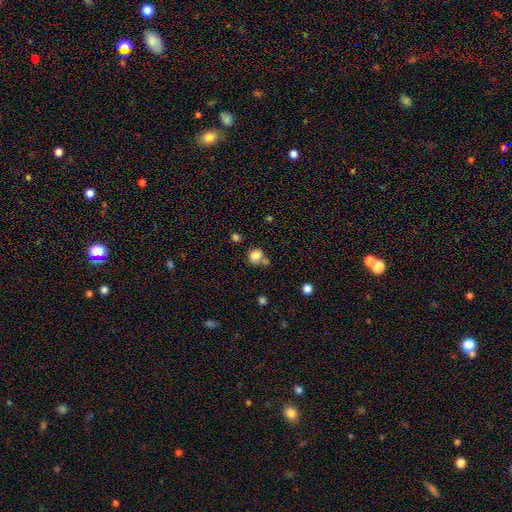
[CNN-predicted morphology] Overall: smooth (83%). How rounded: round (79%). Merging: none (58%; merger 26%).